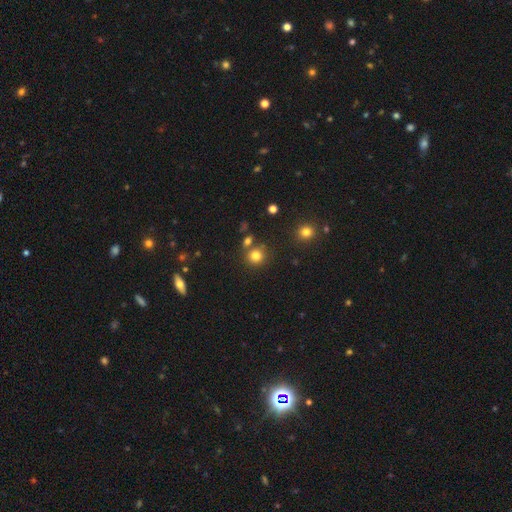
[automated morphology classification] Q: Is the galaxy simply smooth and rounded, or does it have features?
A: smooth — 80%.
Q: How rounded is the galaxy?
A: round — 89%.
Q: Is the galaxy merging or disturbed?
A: none — 76%.